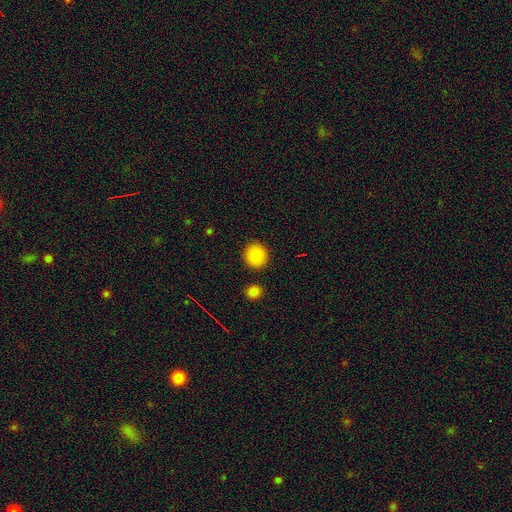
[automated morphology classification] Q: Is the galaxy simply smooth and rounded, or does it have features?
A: smooth — 83%.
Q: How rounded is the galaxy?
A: round — 92%.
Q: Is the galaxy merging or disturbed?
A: none — 90%.